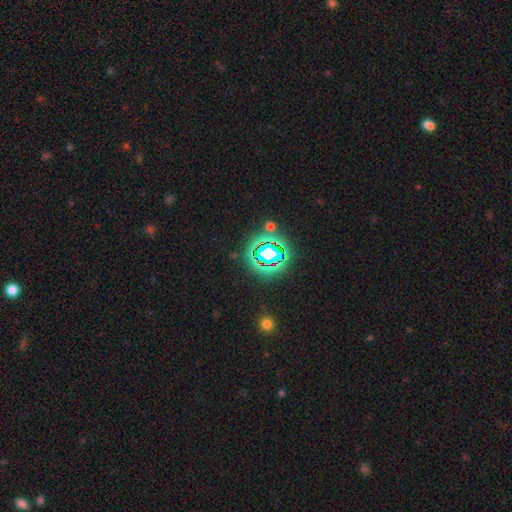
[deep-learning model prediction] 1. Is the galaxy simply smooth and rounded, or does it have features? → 73% star or artifact, 17% smooth, 10% featured or disk.